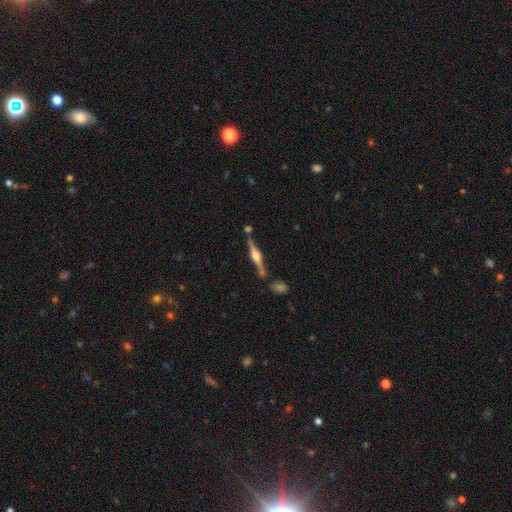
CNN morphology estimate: Smooth or featured? featured or disk (80%)
Edge-on disk? yes (98%)
Edge-on bulge? rounded (91%)
Merging? none (78%)